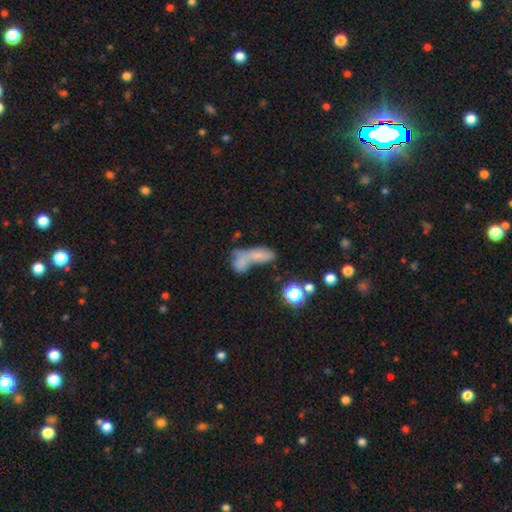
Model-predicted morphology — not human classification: smooth-or-featured: smooth: 64% | featured or disk: 21% | star or artifact: 16%
  how-rounded: in between: 66% | cigar-shaped: 23% | round: 11%
  merging: merger: 59% | none: 22% | minor disturbance: 9% | major disturbance: 9%